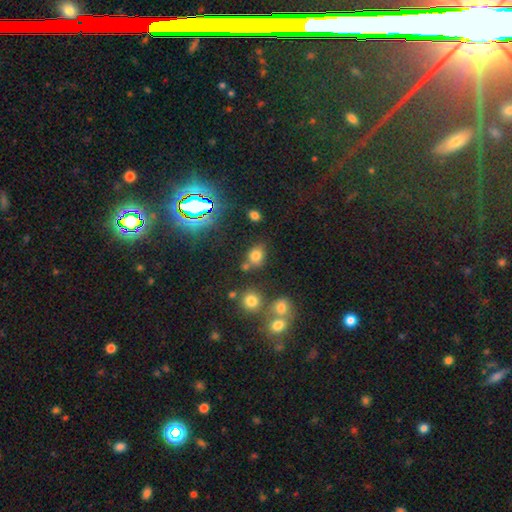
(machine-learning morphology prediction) Smooth or featured? Predicted: smooth (p=0.71). How rounded? Predicted: in between (p=0.54). Merging? Predicted: none (p=0.66).